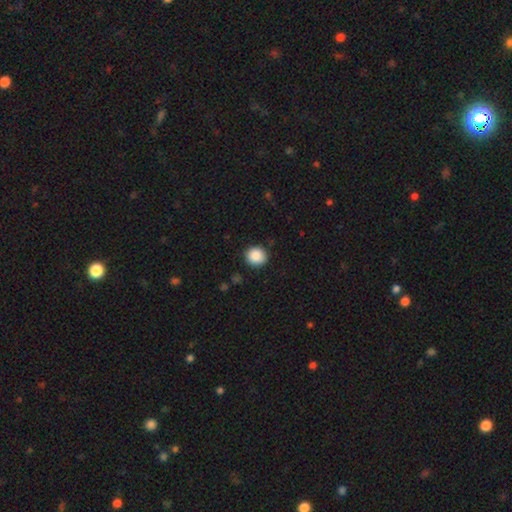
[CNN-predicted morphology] A smooth galaxy with no disk features (89%) that is round (89%).

Vote fractions:
- Smooth or featured? smooth: 89% / star or artifact: 8% / featured or disk: 3%
- How rounded? round: 89% / in between: 10% / cigar-shaped: 1%
- Merging? none: 90% / minor disturbance: 7% / major disturbance: 2% / merger: 1%